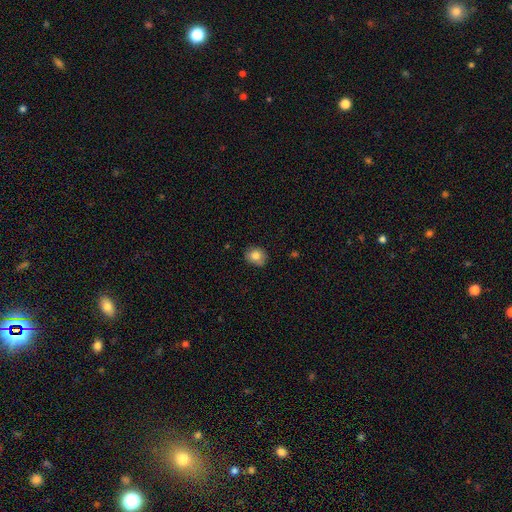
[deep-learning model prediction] A smooth galaxy with no disk features (81%) that is round (70%). Merging: none (78%).